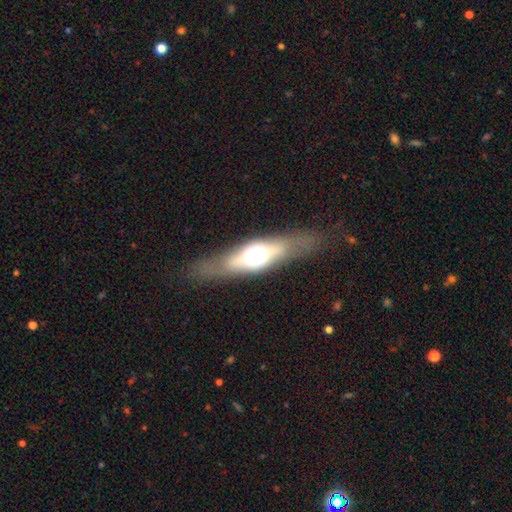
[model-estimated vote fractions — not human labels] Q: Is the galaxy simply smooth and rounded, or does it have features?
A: featured or disk — 58%.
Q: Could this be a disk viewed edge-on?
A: yes — 81%.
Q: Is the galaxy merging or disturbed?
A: none — 83%.